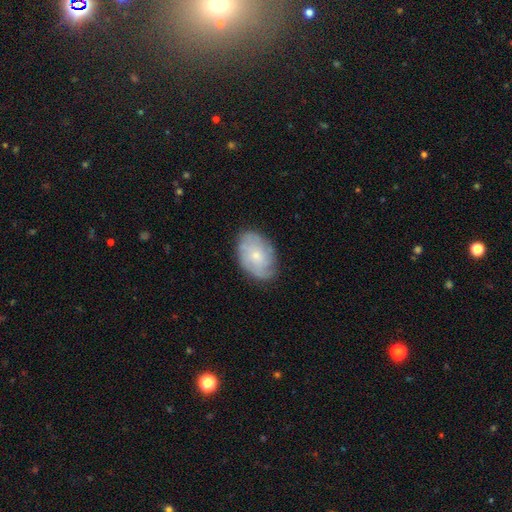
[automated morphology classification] smooth_or_featured: featured or disk (p=0.54) [alt: smooth p=0.39]
disk_edge_on: no (p=0.96) [alt: yes p=0.04]
bar: no (p=0.82) [alt: weak p=0.16]
has_spiral_arms: yes (p=0.80) [alt: no p=0.20]
bulge_size: small (p=0.69) [alt: moderate p=0.26]
merging: none (p=0.75) [alt: minor disturbance p=0.19]